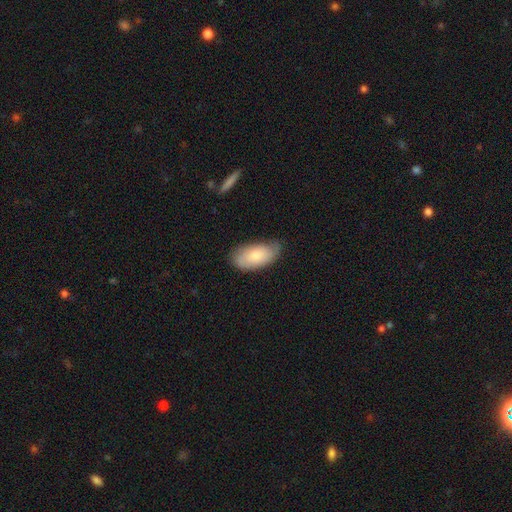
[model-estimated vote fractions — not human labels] smooth-or-featured: smooth: 74% | featured or disk: 20% | star or artifact: 6%
  how-rounded: in between: 94% | cigar-shaped: 4% | round: 3%
  merging: none: 67% | minor disturbance: 27% | major disturbance: 5% | merger: 1%